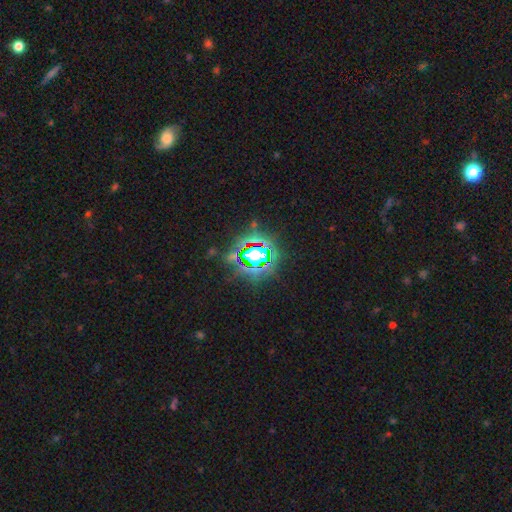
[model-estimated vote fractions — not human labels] This appears to be a star or artifact, not a galaxy (79%).